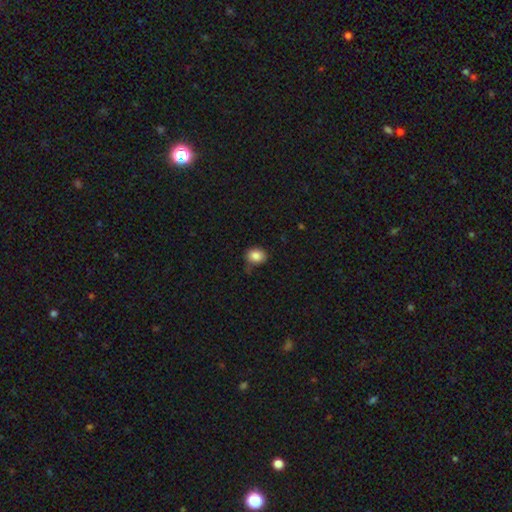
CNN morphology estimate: smooth-or-featured: smooth: 85% | star or artifact: 9% | featured or disk: 5%
  how-rounded: round: 50% | in between: 49% | cigar-shaped: 1%
  merging: none: 71% | minor disturbance: 21% | major disturbance: 5% | merger: 3%